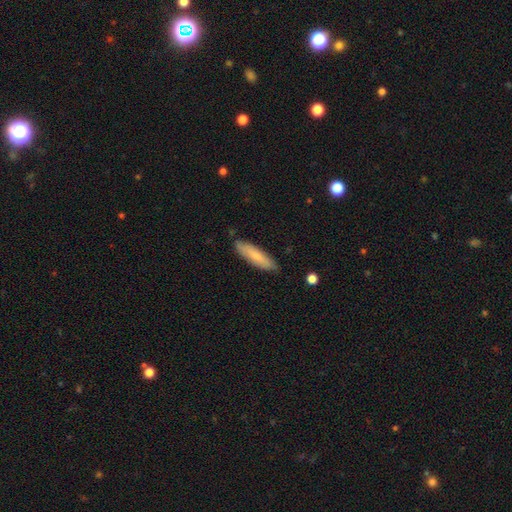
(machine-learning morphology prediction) This appears to be a smooth galaxy with no disk features (73%) that is cigar-shaped (69%). Merging: none (84%).